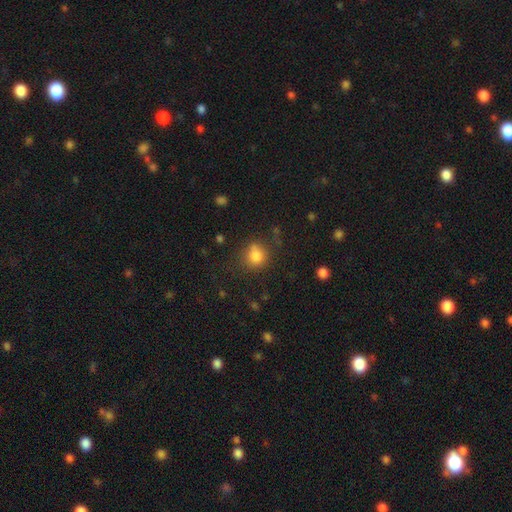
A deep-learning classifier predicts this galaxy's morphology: This is likely a smooth galaxy (79%). How rounded: likely round (80%). Merging: likely none (64%).